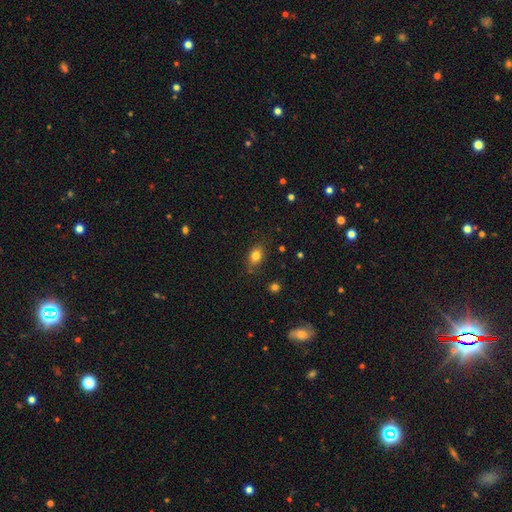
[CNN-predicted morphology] Smooth or featured? smooth (80%)
How rounded? in between (71%)
Merging? none (78%)